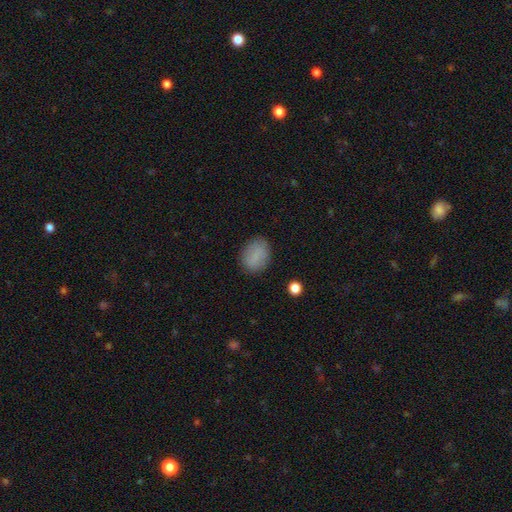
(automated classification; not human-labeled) smooth-or-featured: smooth: 83% | star or artifact: 9% | featured or disk: 8%
  how-rounded: in between: 59% | round: 40% | cigar-shaped: 1%
  merging: none: 83% | minor disturbance: 12% | major disturbance: 3% | merger: 1%